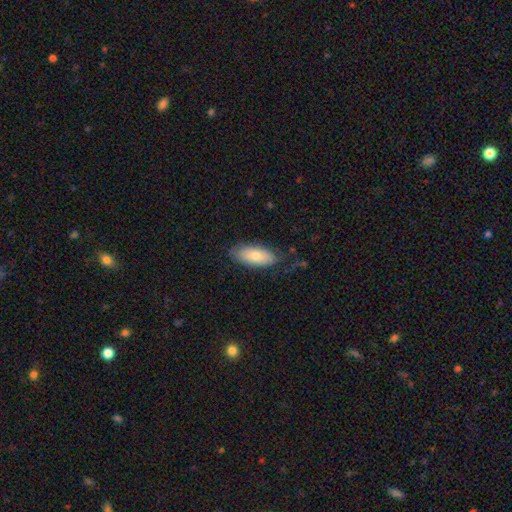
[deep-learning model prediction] Smooth or featured: smooth — 77% (featured or disk — 17%)
How rounded: in between — 86% (cigar-shaped — 12%)
Merging: none — 74% (minor disturbance — 19%)